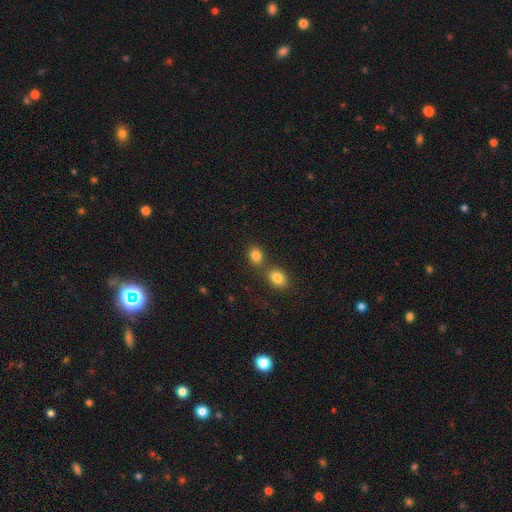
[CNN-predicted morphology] A smooth galaxy with no disk features (83%) that is in between round and cigar-shaped (53%).

Vote fractions:
- Smooth or featured? smooth: 83% / star or artifact: 11% / featured or disk: 6%
- How rounded? in between: 53% / round: 45% / cigar-shaped: 1%
- Merging? none: 55% / merger: 34% / minor disturbance: 9% / major disturbance: 3%